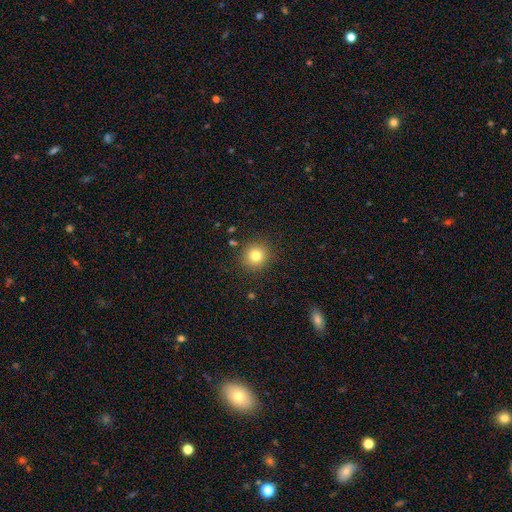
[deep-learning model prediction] smooth-or-featured: smooth: 80% | star or artifact: 12% | featured or disk: 8%
  how-rounded: round: 93% | in between: 6% | cigar-shaped: 1%
  merging: none: 89% | minor disturbance: 7% | major disturbance: 2% | merger: 2%